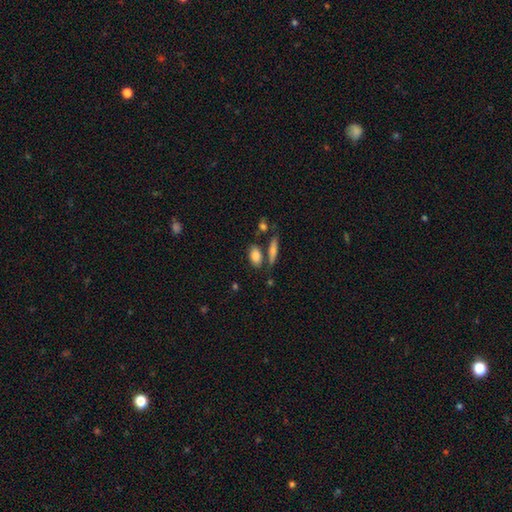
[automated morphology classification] Overall: smooth (82%). How rounded: in between (84%). Merging: none (67%).